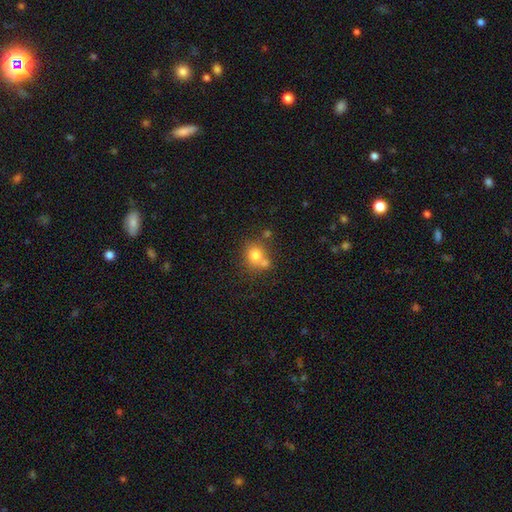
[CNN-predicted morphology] A smooth galaxy with no disk features (76%) that is round (72%). Merging: none (48%).